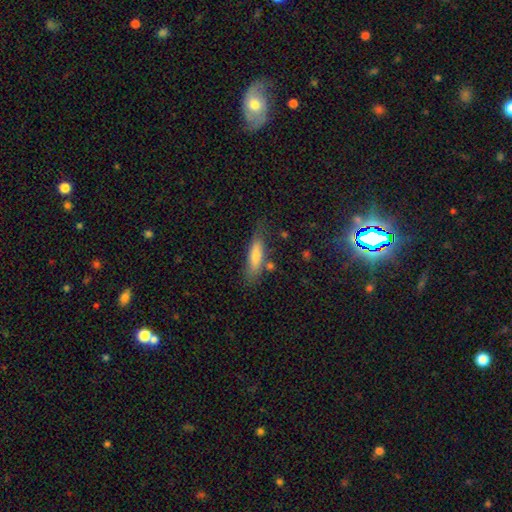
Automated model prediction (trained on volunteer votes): The model was most divided on "how rounded": cigar-shaped: 62%, in between: 36%, round: 2%. More confident: smooth or featured — smooth (73%); merging — none (69%).